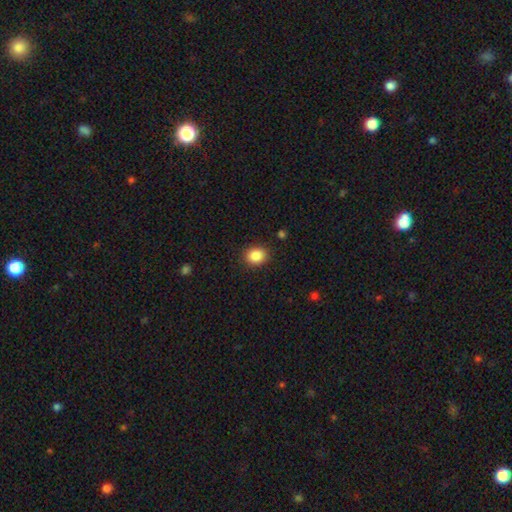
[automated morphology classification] Smooth or featured? Predicted: smooth (p=0.87). How rounded? Predicted: round (p=0.60). Merging? Predicted: none (p=0.88).